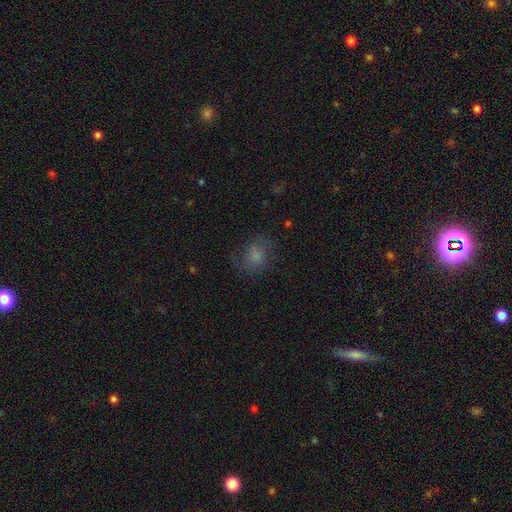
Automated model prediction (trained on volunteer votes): Overall: smooth (68%). How rounded: round (52%; in between 46%). Merging: none (63%).